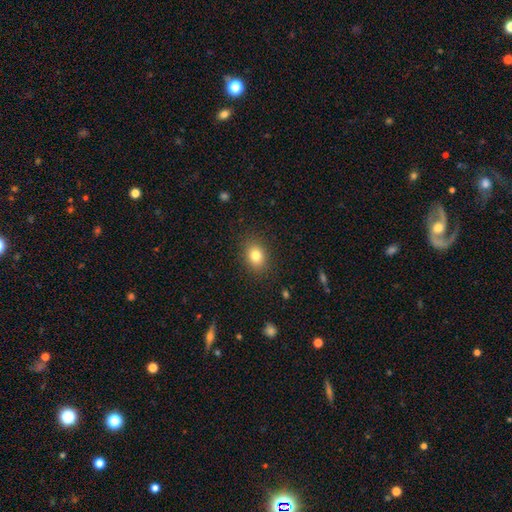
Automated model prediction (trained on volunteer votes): Smooth or featured: smooth — 81% (star or artifact — 11%)
How rounded: in between — 61% (round — 38%)
Merging: none — 87% (minor disturbance — 9%)